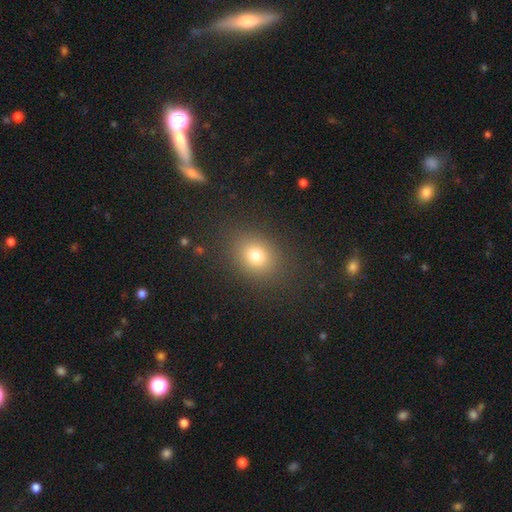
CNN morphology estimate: Smooth or featured: smooth — 77% (star or artifact — 15%)
How rounded: round — 57% (in between — 42%)
Merging: none — 85% (minor disturbance — 9%)